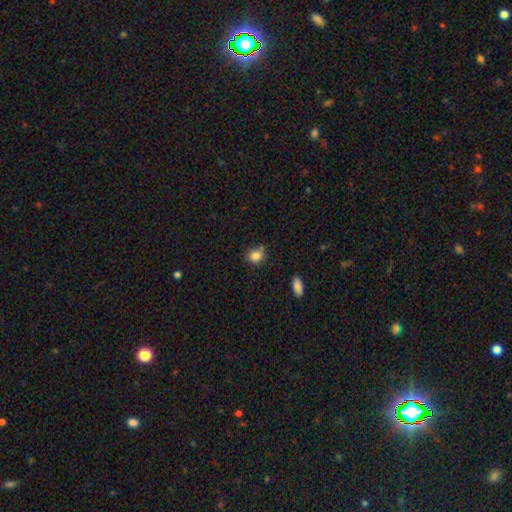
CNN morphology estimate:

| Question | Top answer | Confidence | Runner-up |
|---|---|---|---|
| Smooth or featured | smooth | 85% | star or artifact (10%) |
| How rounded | round | 77% | in between (22%) |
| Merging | none | 74% | minor disturbance (15%) |